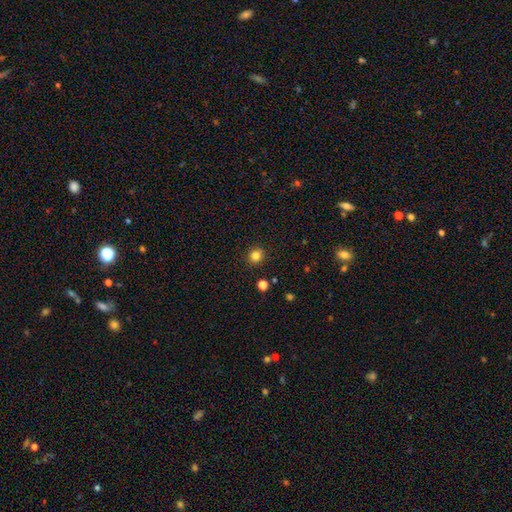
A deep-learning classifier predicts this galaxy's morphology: type=smooth (82%); roundness=round (89%); merging=none (91%).